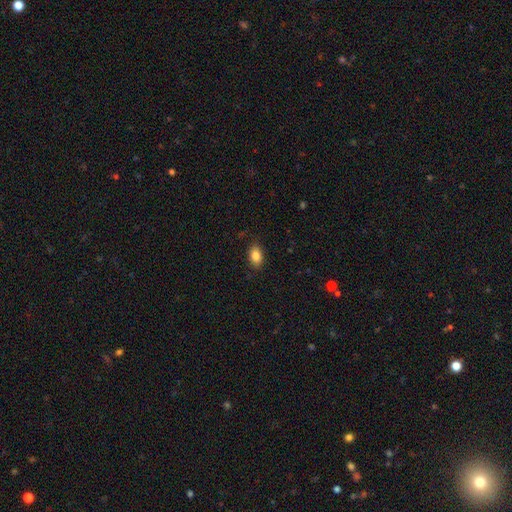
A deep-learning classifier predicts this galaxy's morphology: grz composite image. It shows a smooth galaxy with no disk features (85%) that is in between round and cigar-shaped (87%). Merging: none (85%).